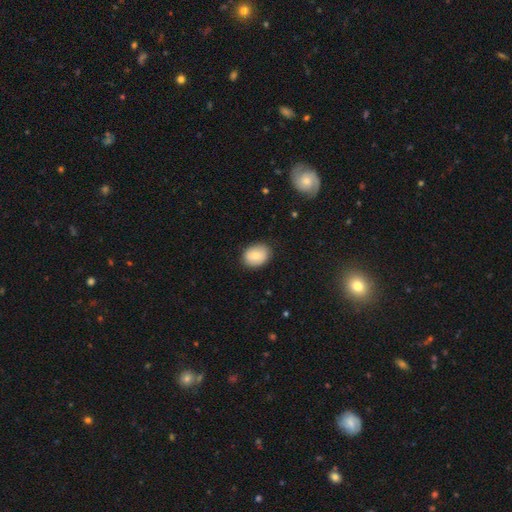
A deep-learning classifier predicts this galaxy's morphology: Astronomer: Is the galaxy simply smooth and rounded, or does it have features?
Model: smooth — 77%.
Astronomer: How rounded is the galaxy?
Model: in between — 61% (runner-up: round, 38%).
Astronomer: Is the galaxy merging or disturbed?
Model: none — 84%.